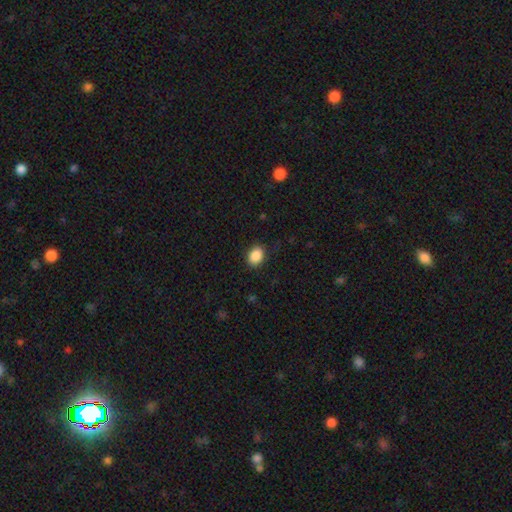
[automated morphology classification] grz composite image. It shows a smooth galaxy with no disk features (88%) that is in between round and cigar-shaped (65%). Merging: none (87%).